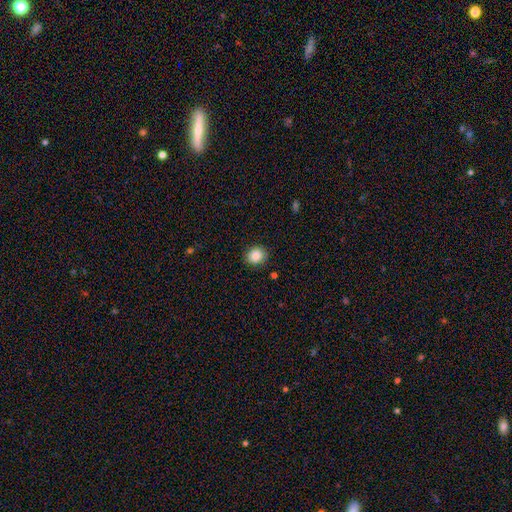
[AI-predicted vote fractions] This appears to be a smooth galaxy with no disk features (87%) that is round (79%). Merging: none (88%).